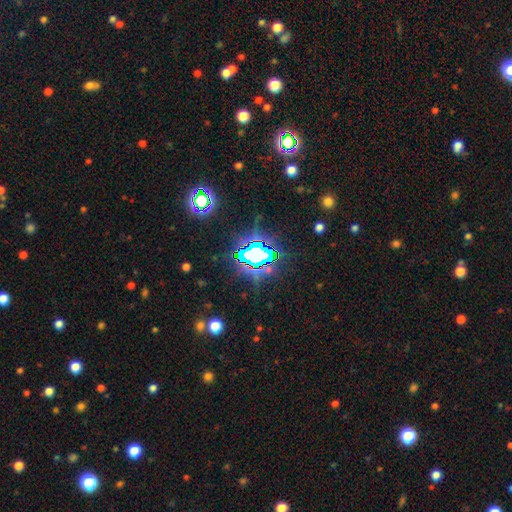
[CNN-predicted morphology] Smooth or featured? Predicted: star or artifact (p=0.73).